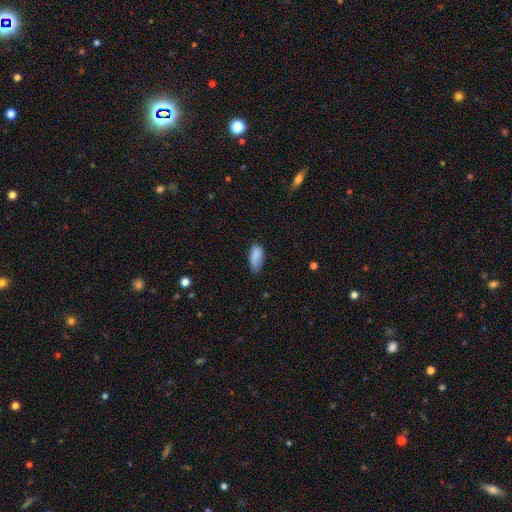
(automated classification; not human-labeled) smooth_or_featured: smooth (p=0.85) [alt: star or artifact p=0.08]
how_rounded: in between (p=0.88) [alt: cigar-shaped p=0.09]
merging: none (p=0.53) [alt: minor disturbance p=0.36]